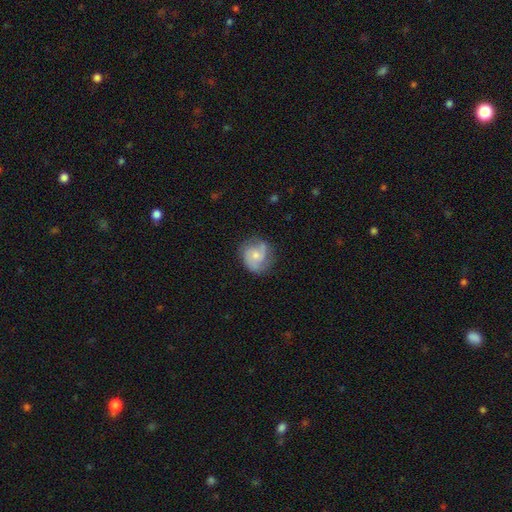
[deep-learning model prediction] A featured or disk galaxy (61%) with no bar (69%), 2 (63%) medium (46%) spiral arms (89%) and a small central bulge (54%). Merging: none (69%).